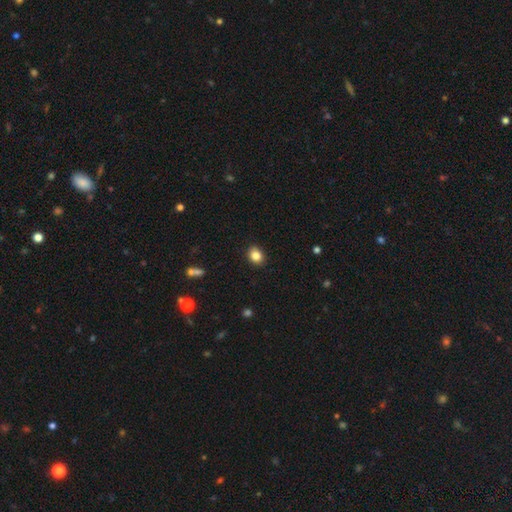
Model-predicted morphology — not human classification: This appears to be a smooth galaxy with no disk features (85%) that is round (54%). Merging: none (87%).